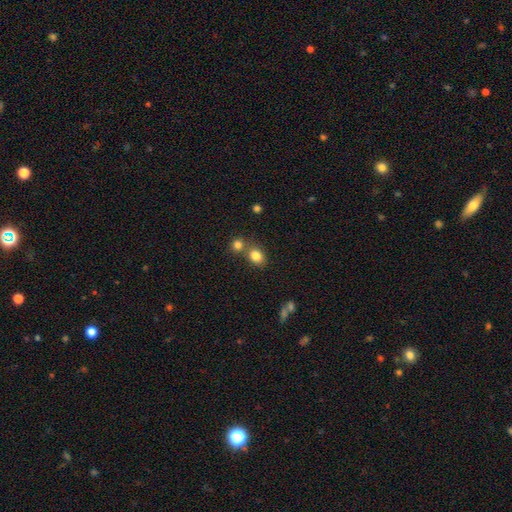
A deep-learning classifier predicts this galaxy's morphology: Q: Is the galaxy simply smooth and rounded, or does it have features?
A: smooth — 82%.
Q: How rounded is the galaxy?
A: round — 56%.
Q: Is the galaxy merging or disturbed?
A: none — 57%.